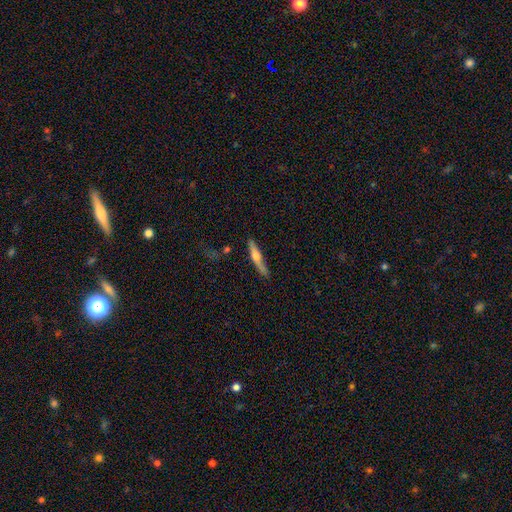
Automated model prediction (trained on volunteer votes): Smooth or featured? Predicted: featured or disk (p=0.57). Edge-on disk? Predicted: yes (p=0.96). Edge-on bulge? Predicted: rounded (p=0.85). Merging? Predicted: none (p=0.79).